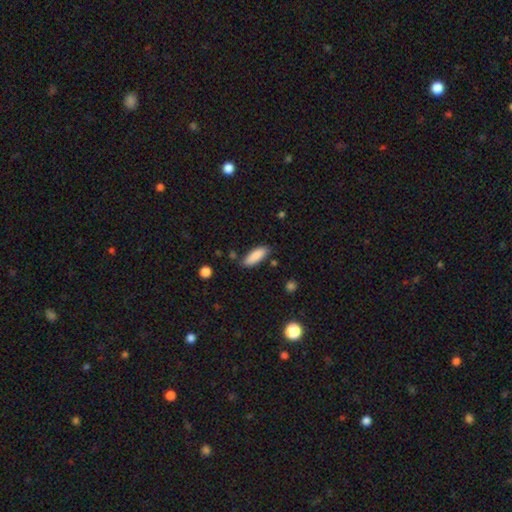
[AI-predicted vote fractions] A smooth galaxy with no disk features (87%) that is in between round and cigar-shaped (66%). Merging: none (80%).